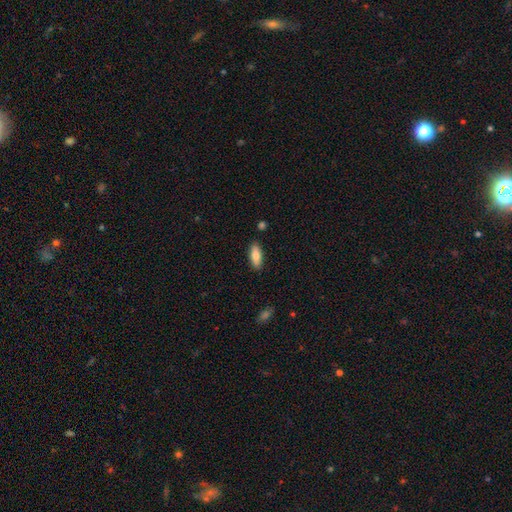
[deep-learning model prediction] Smooth or featured: smooth — 80% (featured or disk — 14%)
How rounded: in between — 77% (cigar-shaped — 21%)
Merging: none — 87% (minor disturbance — 9%)